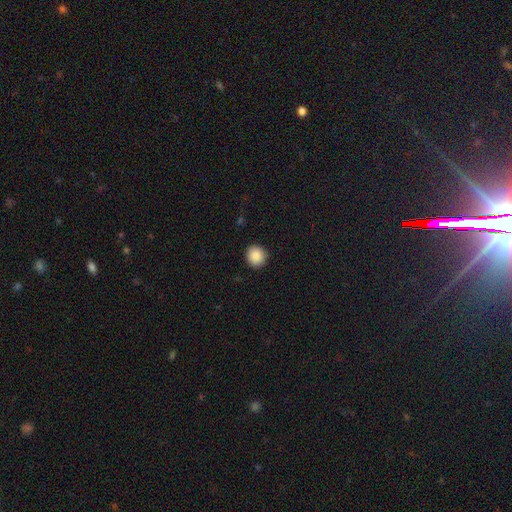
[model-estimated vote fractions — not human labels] smooth_or_featured: smooth (p=0.89) [alt: star or artifact p=0.08]
how_rounded: round (p=0.93) [alt: in between p=0.06]
merging: none (p=0.91) [alt: minor disturbance p=0.06]